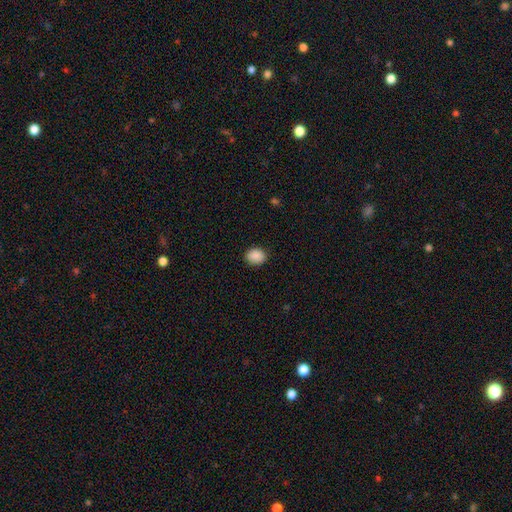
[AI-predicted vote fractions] Smooth or featured? Predicted: smooth (p=0.89). How rounded? Predicted: round (p=0.53). Merging? Predicted: none (p=0.88).